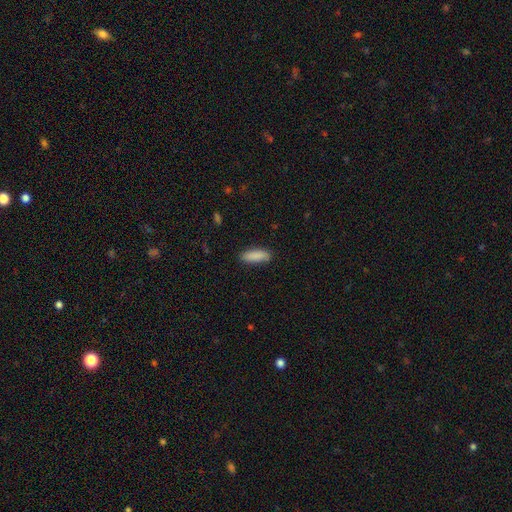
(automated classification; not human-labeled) smooth 89%, star or artifact 6%, featured or disk 5%. Down the decision tree: how rounded — in between (54%); merging — none (87%).